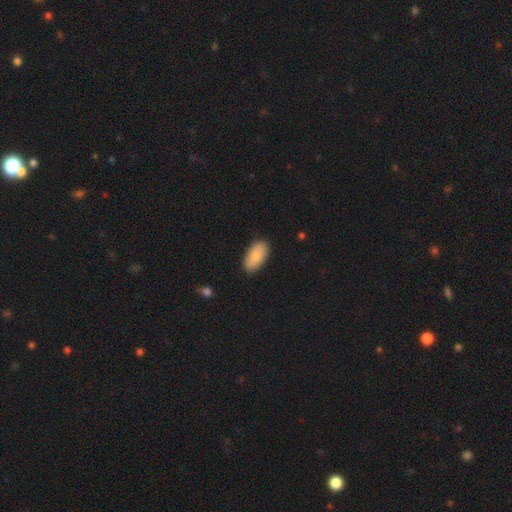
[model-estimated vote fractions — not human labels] smooth-or-featured: smooth: 86% | featured or disk: 8% | star or artifact: 6%
  how-rounded: in between: 94% | cigar-shaped: 4% | round: 2%
  merging: none: 88% | minor disturbance: 9% | major disturbance: 2% | merger: 1%